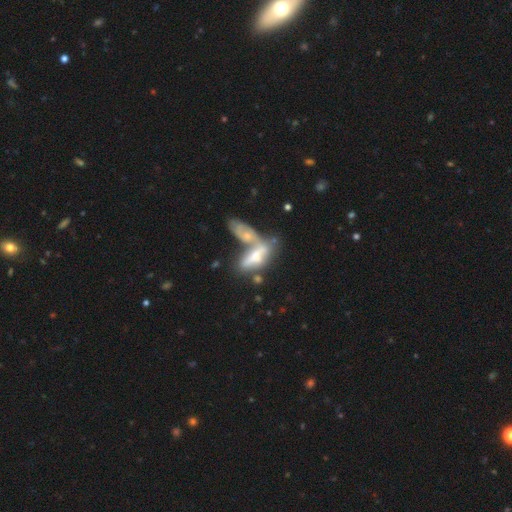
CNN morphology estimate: A smooth galaxy with no disk features (46%). Merging: merger (64%).